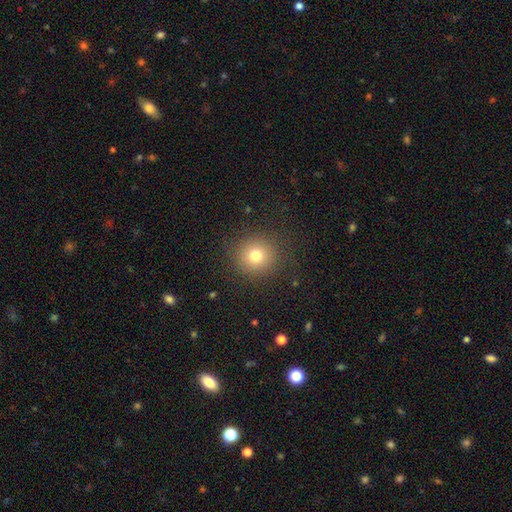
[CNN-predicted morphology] A smooth galaxy with no disk features (75%) that is round (93%).

Vote fractions:
- Smooth or featured? smooth: 75% / star or artifact: 15% / featured or disk: 10%
- How rounded? round: 93% / in between: 6% / cigar-shaped: 1%
- Merging? none: 88% / minor disturbance: 7% / major disturbance: 4% / merger: 1%